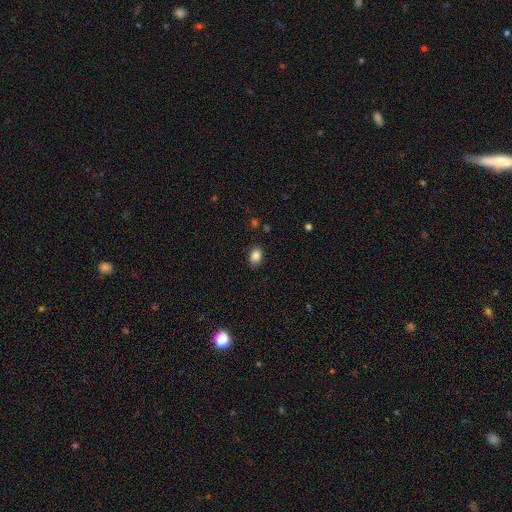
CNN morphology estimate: This is clearly a smooth galaxy (86%). How rounded: likely in between (71%). Merging: clearly none (86%).